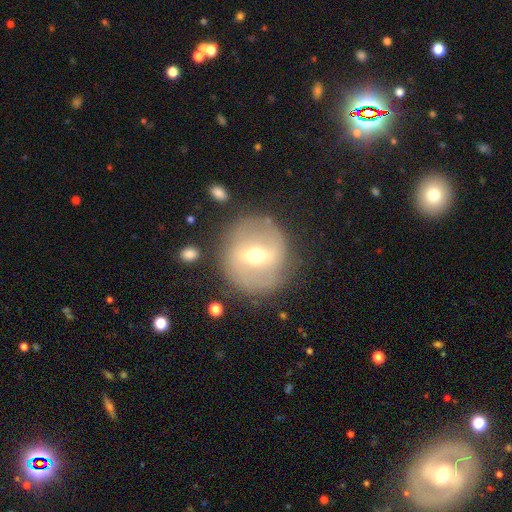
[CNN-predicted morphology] smooth_or_featured: featured or disk (p=0.67) [alt: smooth p=0.25]
disk_edge_on: no (p=0.89) [alt: yes p=0.11]
bar: strong (p=0.50) [alt: weak p=0.38]
has_spiral_arms: no (p=0.61) [alt: yes p=0.39]
bulge_size: moderate (p=0.70) [alt: small p=0.21]
merging: none (p=0.80) [alt: minor disturbance p=0.12]